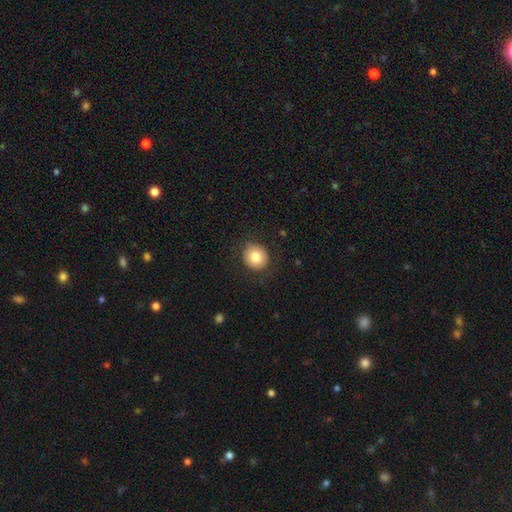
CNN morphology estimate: The model was most divided on "smooth or featured": smooth: 81%, featured or disk: 10%, star or artifact: 9%. More confident: how rounded — round (85%); merging — none (85%).